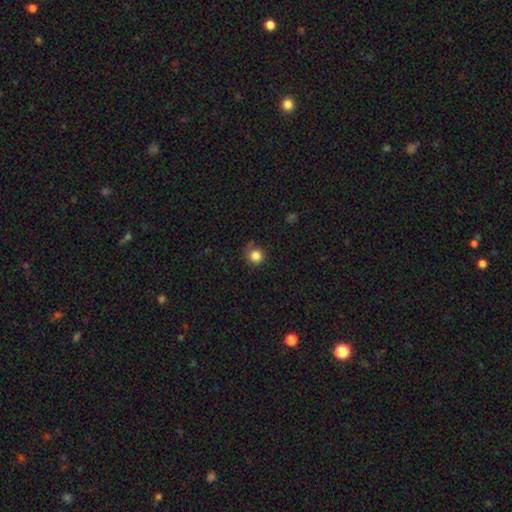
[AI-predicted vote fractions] Smooth or featured: smooth — 84% (star or artifact — 11%)
How rounded: round — 92% (in between — 7%)
Merging: none — 74% (minor disturbance — 18%)